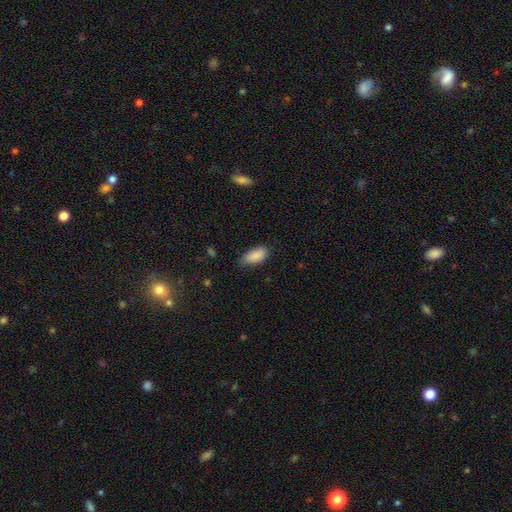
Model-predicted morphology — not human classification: Smooth or featured? Predicted: smooth (p=0.89). How rounded? Predicted: in between (p=0.91). Merging? Predicted: none (p=0.70).